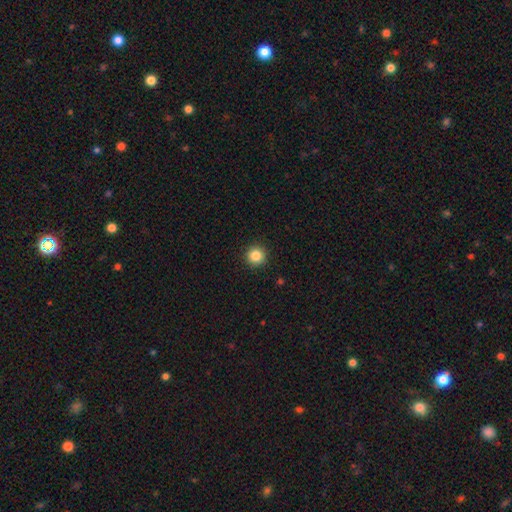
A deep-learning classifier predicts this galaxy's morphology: smooth 85%, star or artifact 11%, featured or disk 4%. Down the decision tree: how rounded — round (95%); merging — none (93%).